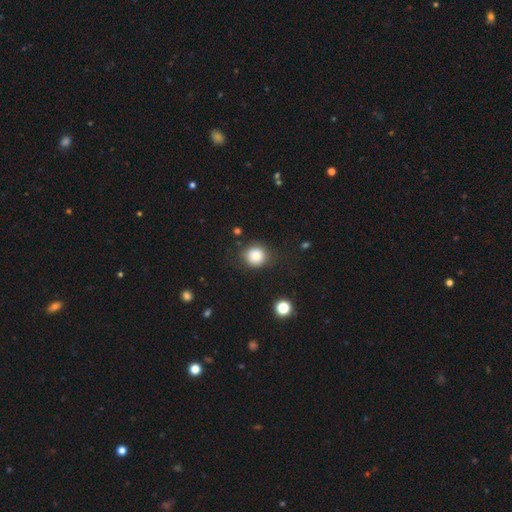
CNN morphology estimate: Smooth or featured? smooth (83%)
How rounded? round (90%)
Merging? none (81%)